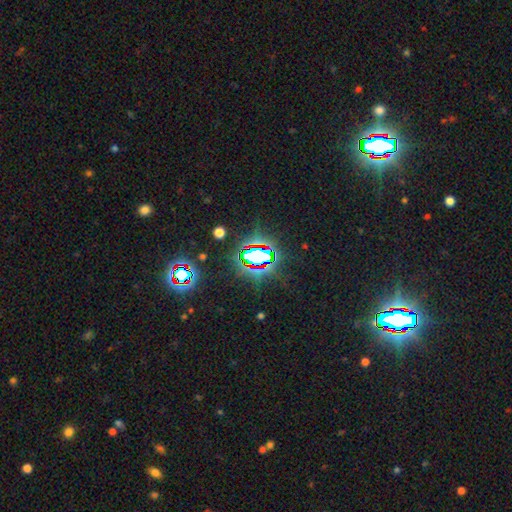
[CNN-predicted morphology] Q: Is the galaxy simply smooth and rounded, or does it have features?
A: star or artifact — 72%.